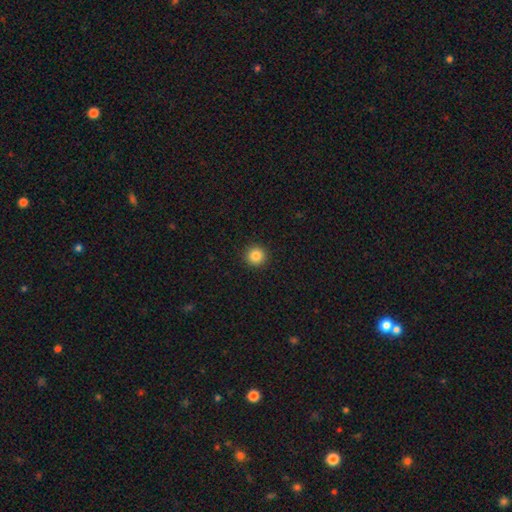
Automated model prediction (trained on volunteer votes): A smooth galaxy with no disk features (85%) that is round (95%). Merging: none (93%).